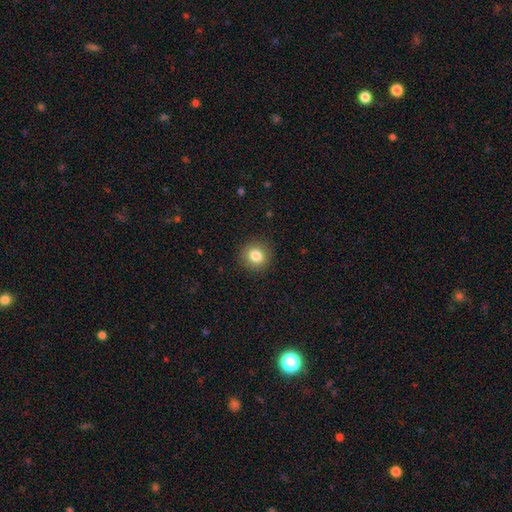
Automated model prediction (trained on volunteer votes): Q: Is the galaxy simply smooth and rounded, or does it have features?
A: smooth — 83%.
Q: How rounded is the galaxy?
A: round — 88%.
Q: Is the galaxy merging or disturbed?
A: none — 91%.